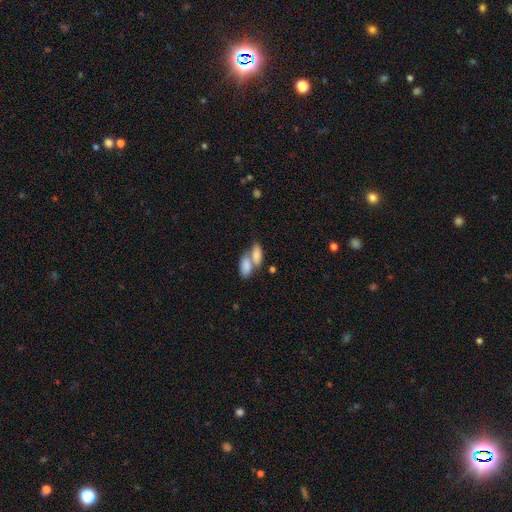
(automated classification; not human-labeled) Overall: smooth (79%). How rounded: in between (88%). Merging: merger (66%).